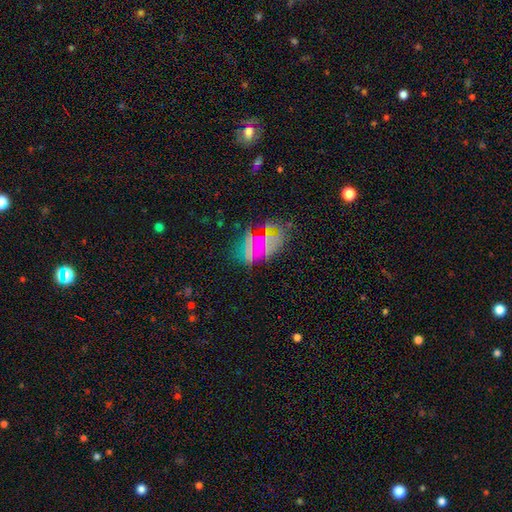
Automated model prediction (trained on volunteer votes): Smooth or featured: star or artifact — 39% (featured or disk — 31%)